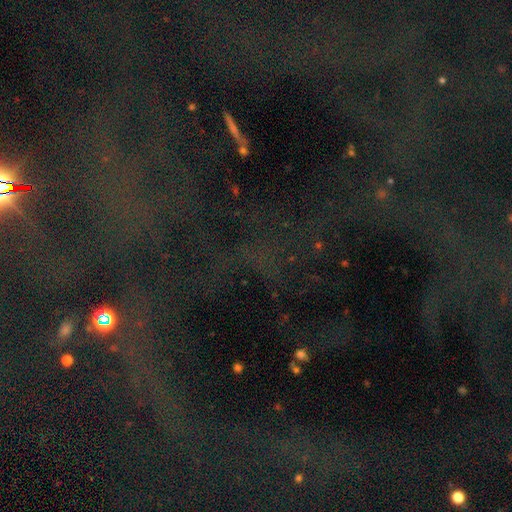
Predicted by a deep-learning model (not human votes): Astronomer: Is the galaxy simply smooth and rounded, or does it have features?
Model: star or artifact — 76%.